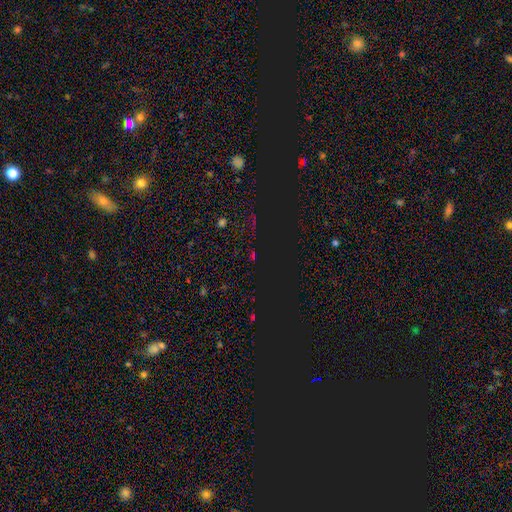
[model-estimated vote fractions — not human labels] Smooth or featured? Predicted: star or artifact (p=0.74).